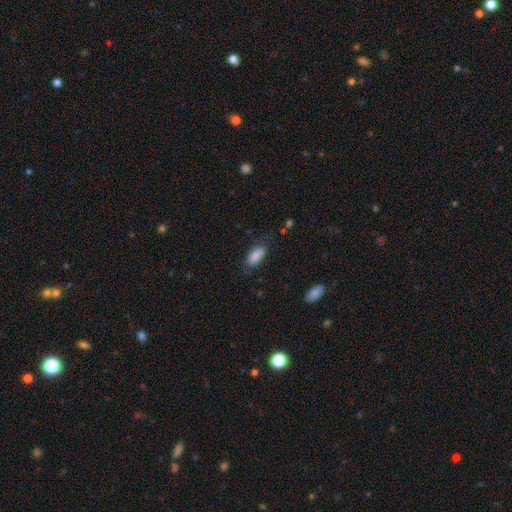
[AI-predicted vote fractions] Q: Smooth or featured?
A: smooth (85%); runner-up: featured or disk (8%)
Q: How rounded?
A: in between (88%); runner-up: cigar-shaped (9%)
Q: Merging?
A: none (68%); runner-up: minor disturbance (22%)